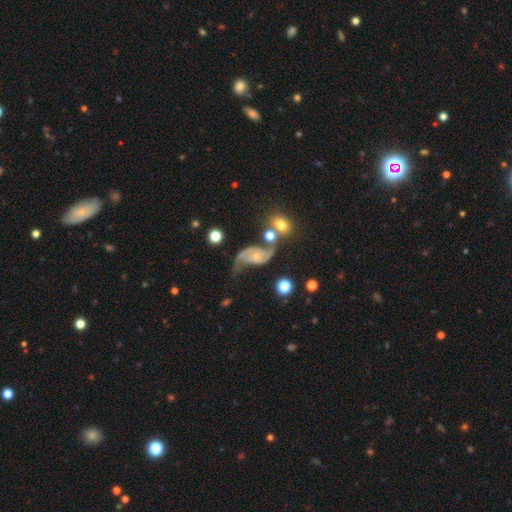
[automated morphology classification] Smooth or featured?
  - featured or disk: 84% *
  - smooth: 9%
  - star or artifact: 7%
Edge-on disk?
  - no: 97% *
  - yes: 3%
Bar?
  - no: 64% *
  - weak: 29%
  - strong: 7%
Spiral arms?
  - yes: 95% *
  - no: 5%
Spiral winding?
  - loose: 58% *
  - medium: 32%
  - tight: 9%
Spiral arm count?
  - 2: 89% *
  - 1: 4%
  - can't tell: 3%
  - 3: 2%
  - 4: 1%
  - more than 4: 1%
Bulge size?
  - small: 67% *
  - moderate: 22%
  - none: 7%
  - large: 2%
  - dominant: 1%
Merging?
  - none: 42% *
  - minor disturbance: 22%
  - major disturbance: 21%
  - merger: 15%